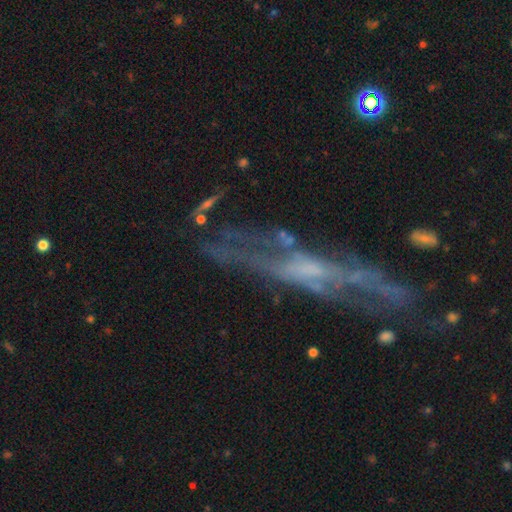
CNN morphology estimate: featured or disk 73%, smooth 16%, star or artifact 11%. Down the decision tree: edge-on disk — yes (55%); merging — none (62%).